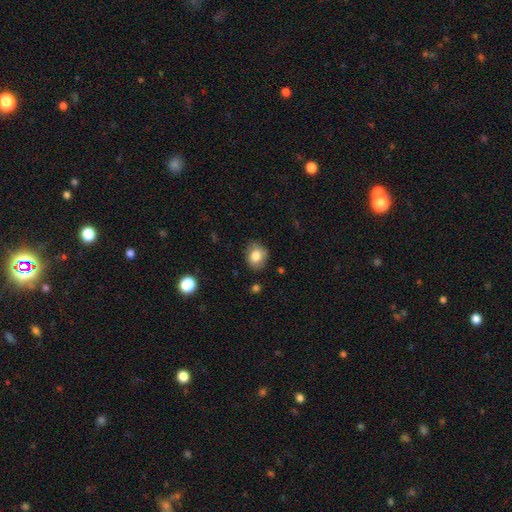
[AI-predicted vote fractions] Q: Smooth or featured?
A: smooth (81%); runner-up: featured or disk (10%)
Q: How rounded?
A: in between (50%); runner-up: round (49%)
Q: Merging?
A: none (78%); runner-up: minor disturbance (17%)